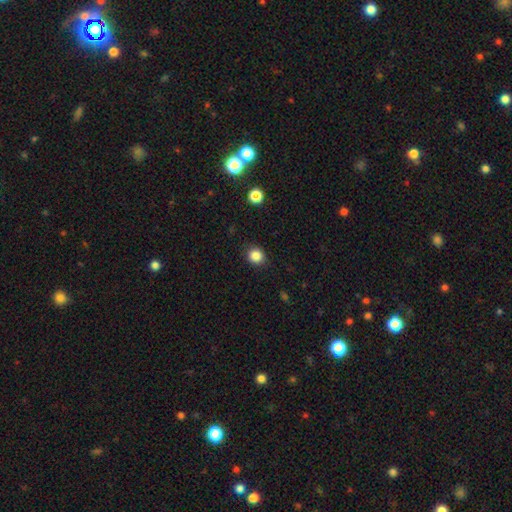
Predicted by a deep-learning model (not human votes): Smooth or featured? Predicted: smooth (p=0.85). How rounded? Predicted: round (p=0.83). Merging? Predicted: none (p=0.89).